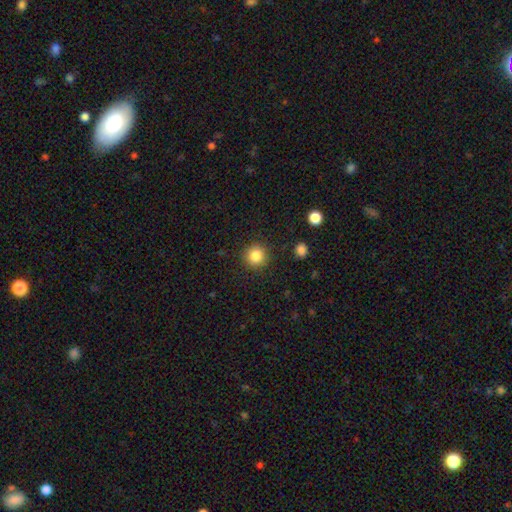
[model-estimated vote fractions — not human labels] This is clearly a smooth galaxy (85%). How rounded: clearly round (94%). Merging: clearly none (90%).